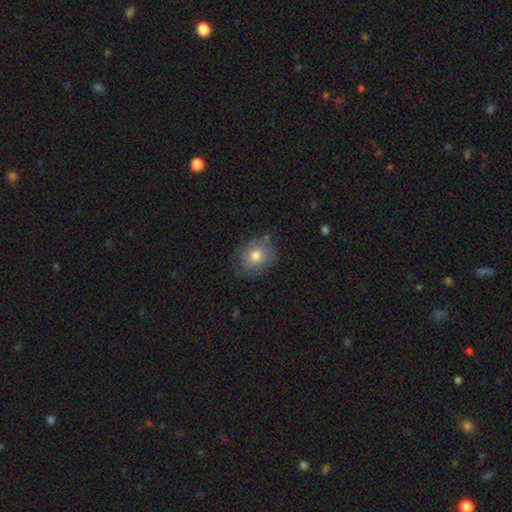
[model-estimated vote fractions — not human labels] A smooth galaxy with no disk features (71%) that is round (56%). Merging: none (68%).